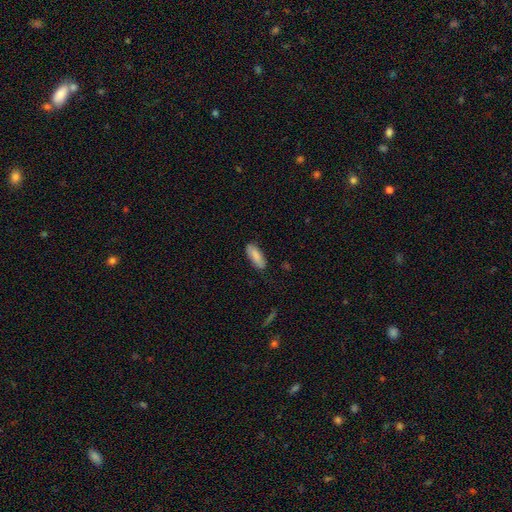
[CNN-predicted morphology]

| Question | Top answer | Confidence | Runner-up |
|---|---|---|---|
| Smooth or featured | smooth | 86% | featured or disk (8%) |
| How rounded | in between | 70% | cigar-shaped (28%) |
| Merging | none | 80% | minor disturbance (16%) |